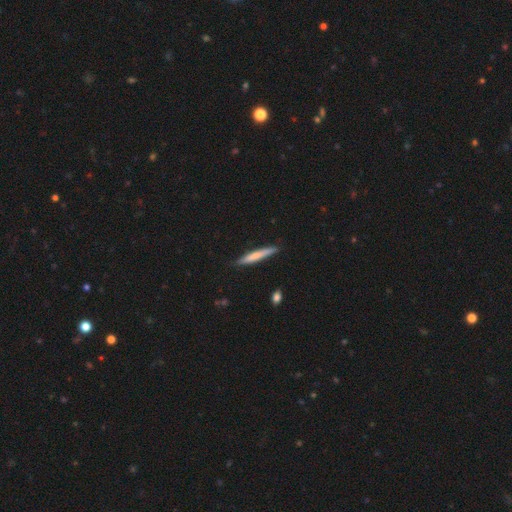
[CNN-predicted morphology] The model was most divided on "smooth or featured": smooth: 65%, featured or disk: 30%, star or artifact: 5%. More confident: how rounded — cigar-shaped (95%); merging — none (88%).